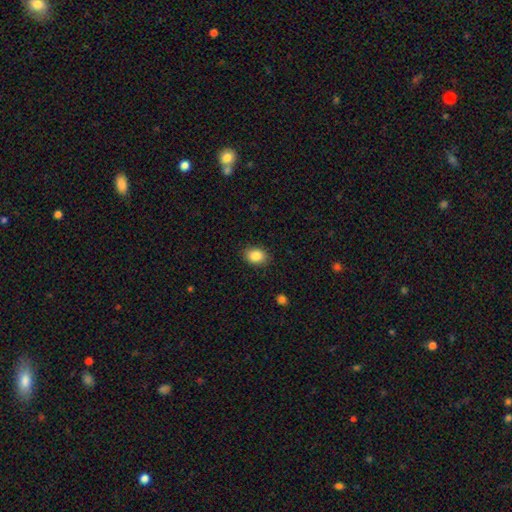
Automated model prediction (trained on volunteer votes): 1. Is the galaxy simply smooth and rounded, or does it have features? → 87% smooth, 9% star or artifact, 4% featured or disk.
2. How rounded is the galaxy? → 63% in between, 36% round, 1% cigar-shaped.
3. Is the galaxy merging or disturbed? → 88% none, 9% minor disturbance, 2% major disturbance, 1% merger.